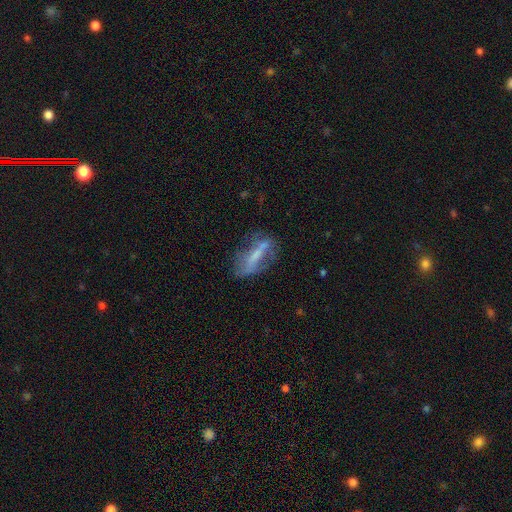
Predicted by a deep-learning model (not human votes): The model was most divided on "smooth or featured": featured or disk: 56%, smooth: 33%, star or artifact: 11%. More confident: edge-on disk — no (71%); merging — none (54%).